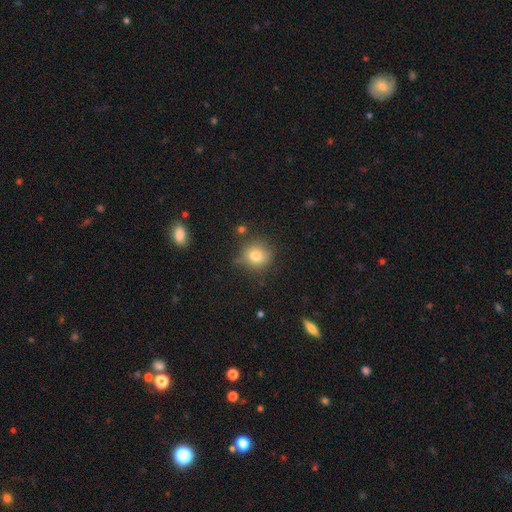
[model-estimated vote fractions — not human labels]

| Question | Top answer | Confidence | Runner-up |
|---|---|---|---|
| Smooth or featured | smooth | 77% | star or artifact (12%) |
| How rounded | round | 85% | in between (14%) |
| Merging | none | 74% | minor disturbance (18%) |